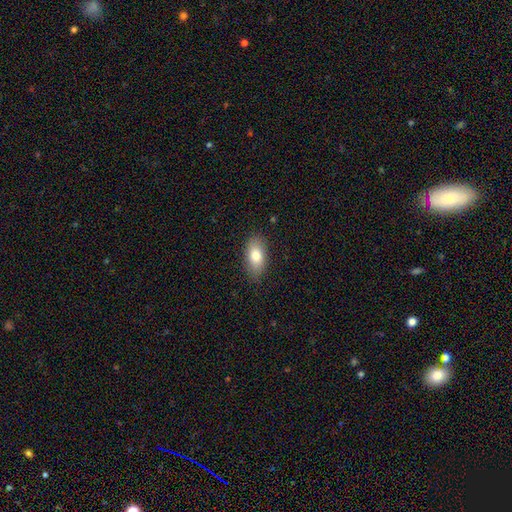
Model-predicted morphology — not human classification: type=smooth (80%); roundness=in between (90%); merging=none (85%).